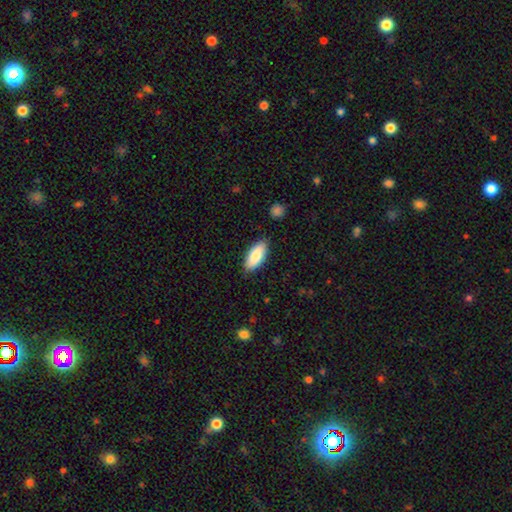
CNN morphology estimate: Overall: smooth (86%). How rounded: in between (83%). Merging: none (85%).